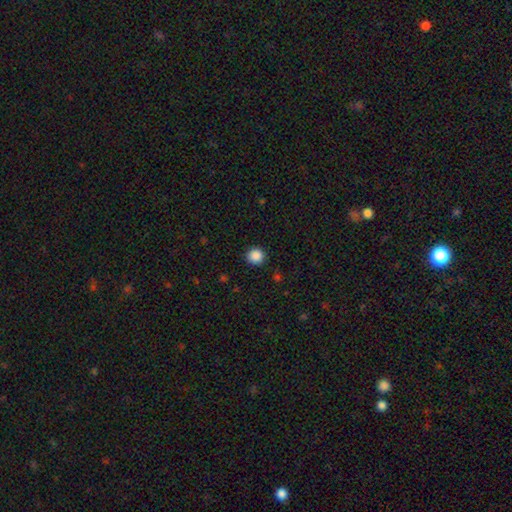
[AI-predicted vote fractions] A smooth galaxy with no disk features (87%) that is round (93%). Merging: none (90%).